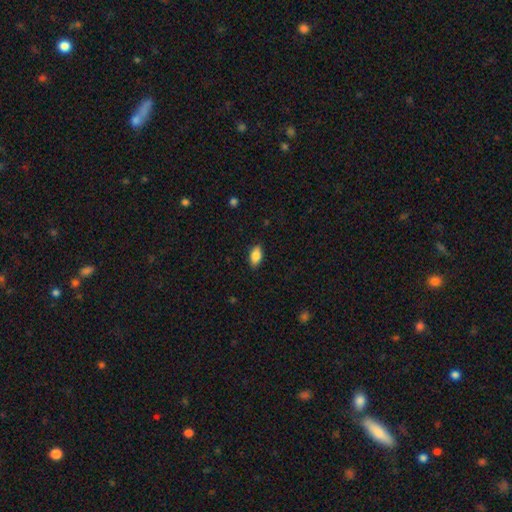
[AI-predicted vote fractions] A smooth galaxy with no disk features (85%) that is in between round and cigar-shaped (91%).

Vote fractions:
- Smooth or featured? smooth: 85% / featured or disk: 7% / star or artifact: 7%
- How rounded? in between: 91% / cigar-shaped: 5% / round: 4%
- Merging? none: 87% / minor disturbance: 10% / major disturbance: 2% / merger: 1%